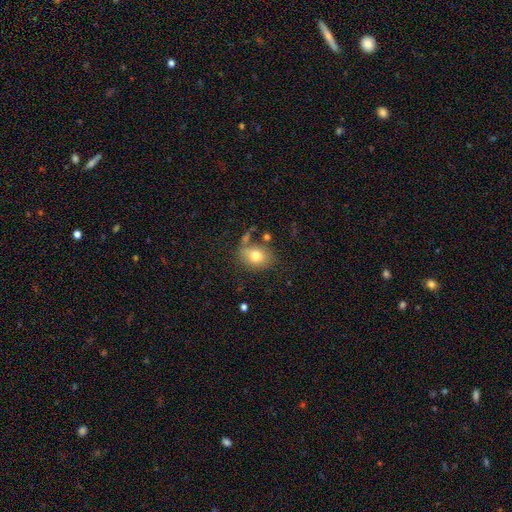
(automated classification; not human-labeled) smooth_or_featured: smooth (p=0.75) [alt: featured or disk p=0.15]
how_rounded: in between (p=0.55) [alt: round p=0.43]
merging: none (p=0.60) [alt: minor disturbance p=0.20]